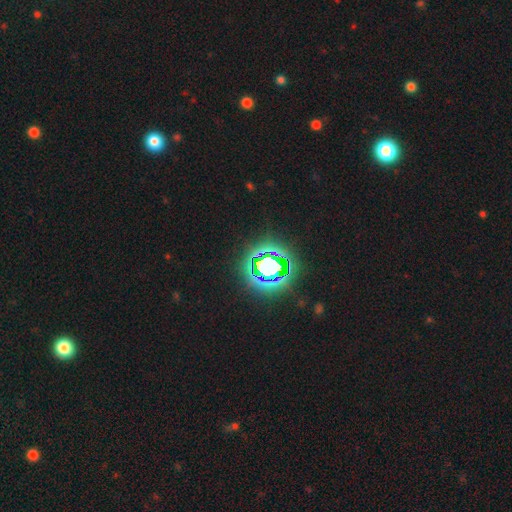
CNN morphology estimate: This appears to be a star or artifact, not a galaxy (83%).